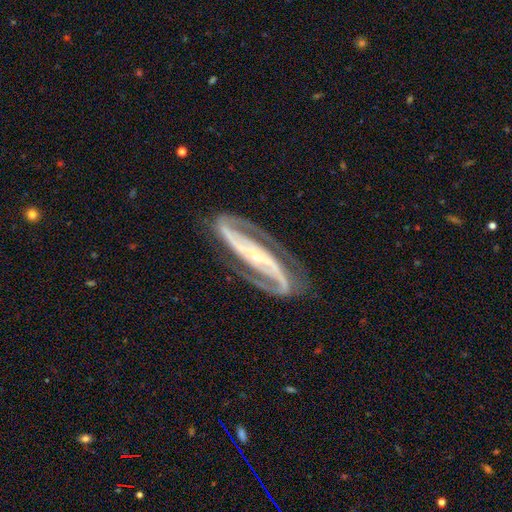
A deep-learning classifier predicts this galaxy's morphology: smooth_or_featured: featured or disk (p=0.93) [alt: star or artifact p=0.04]
disk_edge_on: no (p=0.94) [alt: yes p=0.06]
bar: strong (p=0.56) [alt: no p=0.26]
has_spiral_arms: yes (p=0.98) [alt: no p=0.02]
spiral_winding: medium (p=0.52) [alt: tight p=0.34]
spiral_arm_count: 2 (p=0.93) [alt: 3 p=0.02]
bulge_size: small (p=0.81) [alt: moderate p=0.15]
merging: none (p=0.81) [alt: minor disturbance p=0.13]